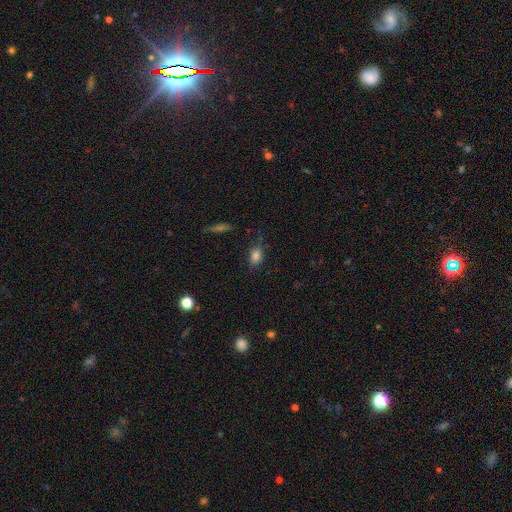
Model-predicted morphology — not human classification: The model was most divided on "merging": none: 74%, minor disturbance: 19%, major disturbance: 5%, merger: 2%. More confident: smooth or featured — smooth (82%); how rounded — in between (81%).